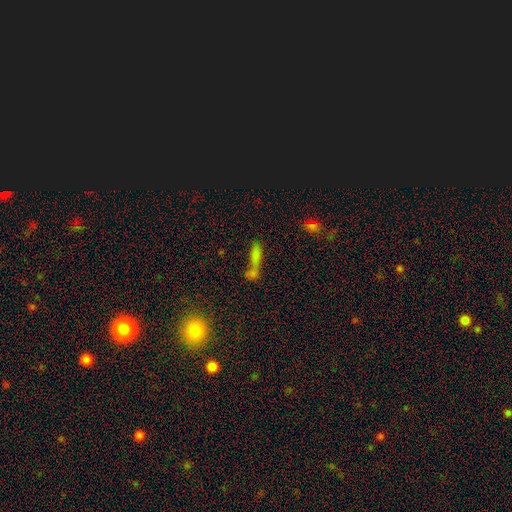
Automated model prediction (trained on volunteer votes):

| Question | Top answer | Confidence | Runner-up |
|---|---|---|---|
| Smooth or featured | smooth | 68% | star or artifact (17%) |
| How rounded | cigar-shaped | 48% | in between (46%) |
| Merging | merger | 62% | none (23%) |